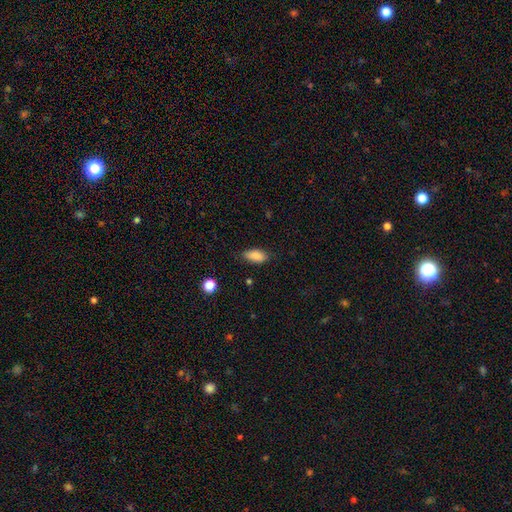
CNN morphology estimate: A smooth galaxy with no disk features (86%) that is in between round and cigar-shaped (88%). Merging: none (76%).